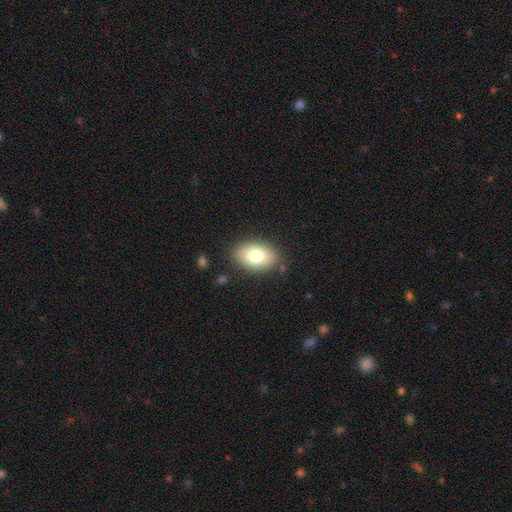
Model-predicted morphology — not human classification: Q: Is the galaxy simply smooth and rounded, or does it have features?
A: smooth — 78%.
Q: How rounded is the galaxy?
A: in between — 87%.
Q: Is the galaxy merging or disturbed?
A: none — 84%.